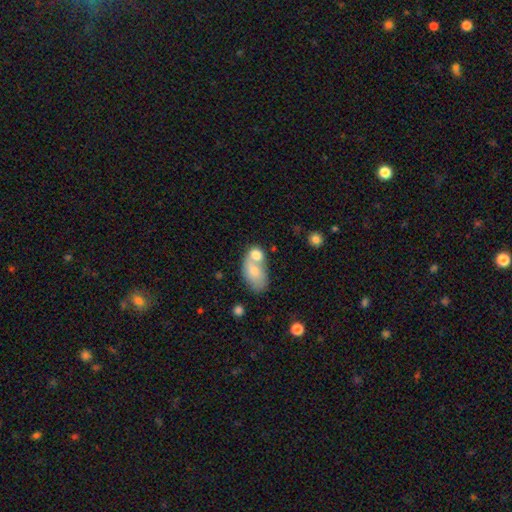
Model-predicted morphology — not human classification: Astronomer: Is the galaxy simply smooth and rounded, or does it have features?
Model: smooth — 75%.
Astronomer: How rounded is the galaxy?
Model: in between — 77%.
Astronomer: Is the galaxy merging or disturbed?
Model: merger — 60%.